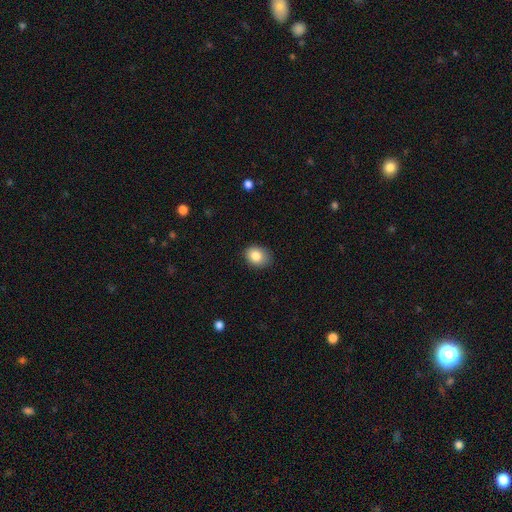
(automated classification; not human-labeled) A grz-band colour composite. It shows a smooth galaxy with no disk features (85%) that is in between round and cigar-shaped (58%). Merging: none (80%).